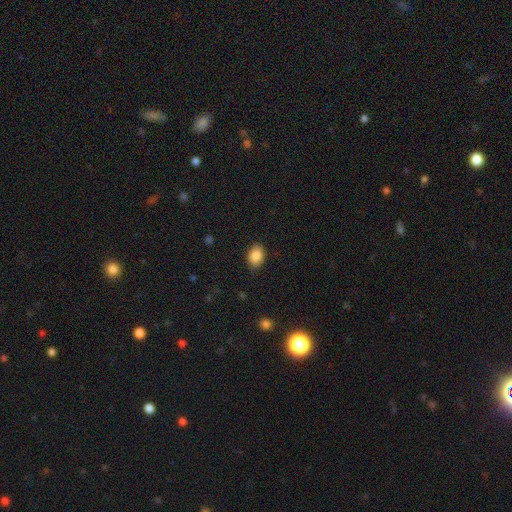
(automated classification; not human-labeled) This appears to be a smooth galaxy with no disk features (87%) that is in between round and cigar-shaped (80%). Merging: none (87%).